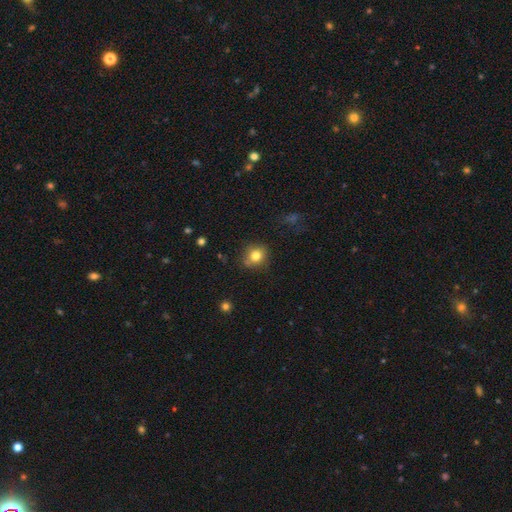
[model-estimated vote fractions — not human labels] Morphology: type=smooth (79%); roundness=round (80%); merging=none (75%).